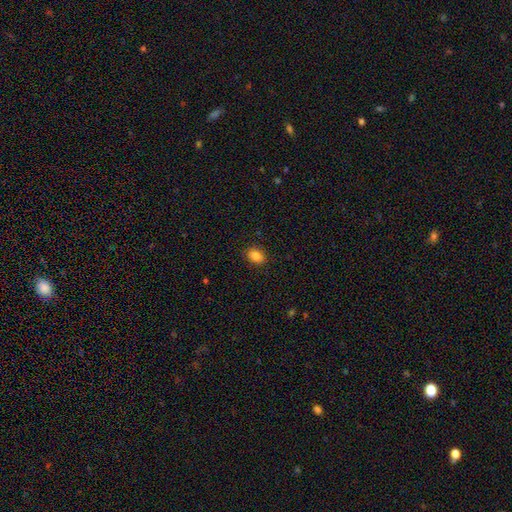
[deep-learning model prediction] smooth 87%, star or artifact 9%, featured or disk 4%. Down the decision tree: how rounded — in between (79%); merging — none (88%).